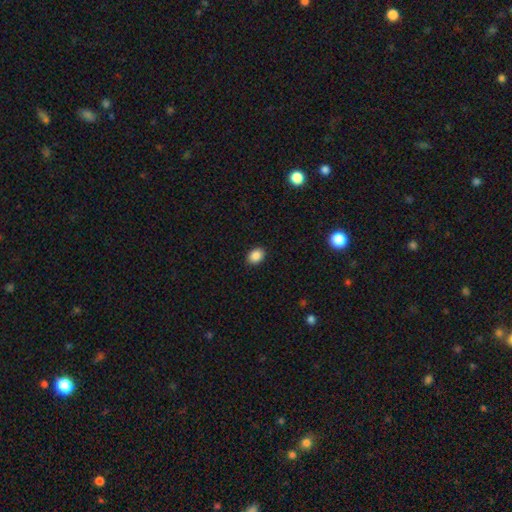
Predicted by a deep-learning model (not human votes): Morphology: type=smooth (88%); roundness=in between (69%); merging=none (90%).